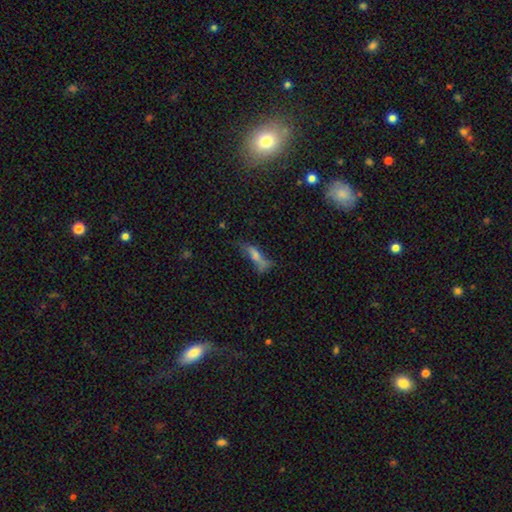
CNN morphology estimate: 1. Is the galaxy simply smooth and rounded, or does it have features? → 61% smooth, 27% featured or disk, 12% star or artifact.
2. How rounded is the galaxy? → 60% cigar-shaped, 37% in between, 3% round.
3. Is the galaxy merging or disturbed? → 39% none, 27% minor disturbance, 24% major disturbance, 10% merger.